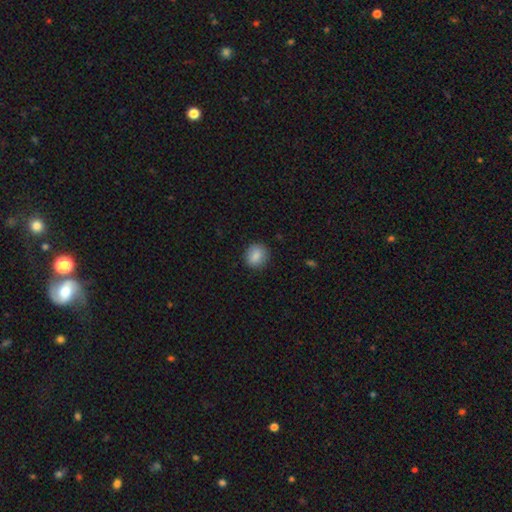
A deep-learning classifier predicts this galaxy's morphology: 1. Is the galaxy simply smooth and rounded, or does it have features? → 87% smooth, 8% star or artifact, 6% featured or disk.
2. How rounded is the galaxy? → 76% round, 23% in between, 1% cigar-shaped.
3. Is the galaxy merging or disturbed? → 86% none, 10% minor disturbance, 3% major disturbance, 1% merger.